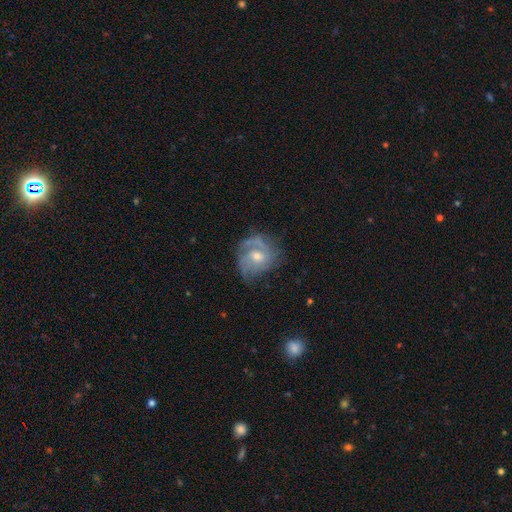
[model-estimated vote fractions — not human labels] smooth_or_featured: featured or disk (p=0.78) [alt: smooth p=0.14]
disk_edge_on: no (p=0.97) [alt: yes p=0.03]
bar: no (p=0.58) [alt: weak p=0.36]
has_spiral_arms: yes (p=0.91) [alt: no p=0.09]
spiral_winding: tight (p=0.44) [alt: medium p=0.40]
spiral_arm_count: 2 (p=0.36) [alt: can't tell p=0.24]
bulge_size: moderate (p=0.57) [alt: small p=0.38]
merging: none (p=0.60) [alt: minor disturbance p=0.24]